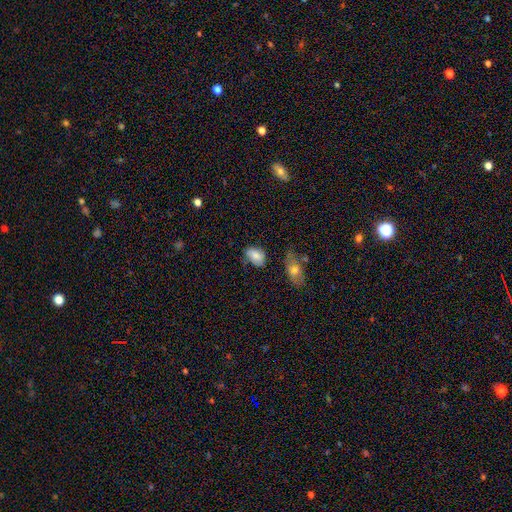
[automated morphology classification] This appears to be a smooth galaxy with no disk features (76%) that is in between round and cigar-shaped (84%). Merging: none (52%).